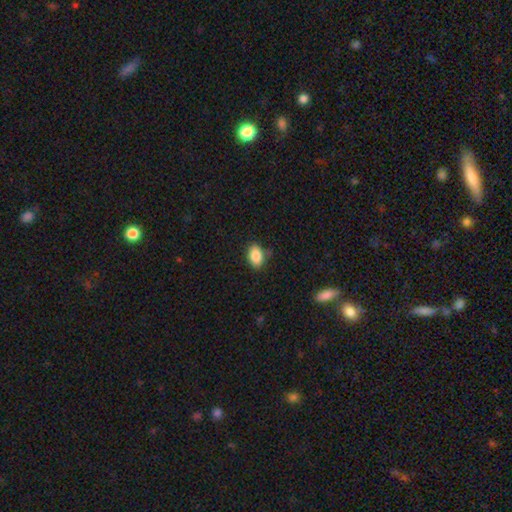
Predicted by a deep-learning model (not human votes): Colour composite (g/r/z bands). It shows a smooth galaxy with no disk features (86%) that is in between round and cigar-shaped (88%). Merging: none (81%).